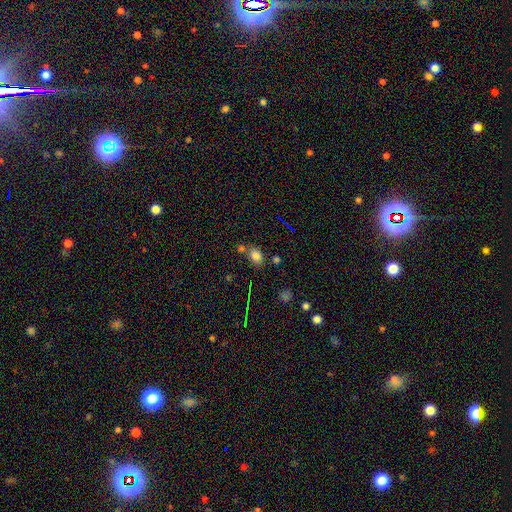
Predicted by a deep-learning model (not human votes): smooth 78%, star or artifact 14%, featured or disk 8%. Down the decision tree: how rounded — in between (72%); merging — none (62%).